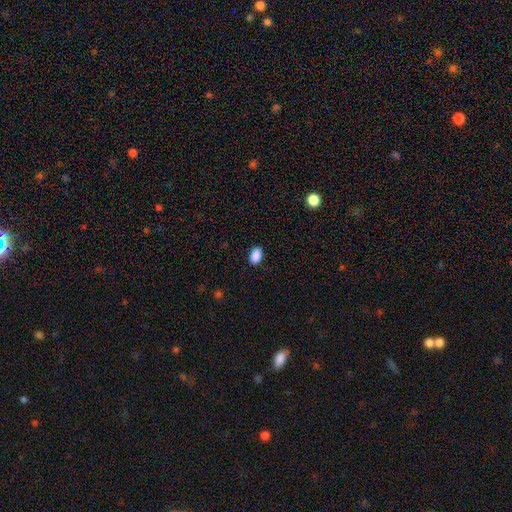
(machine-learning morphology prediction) Q: Smooth or featured?
A: smooth (89%); runner-up: star or artifact (8%)
Q: How rounded?
A: in between (89%); runner-up: round (10%)
Q: Merging?
A: none (88%); runner-up: minor disturbance (9%)